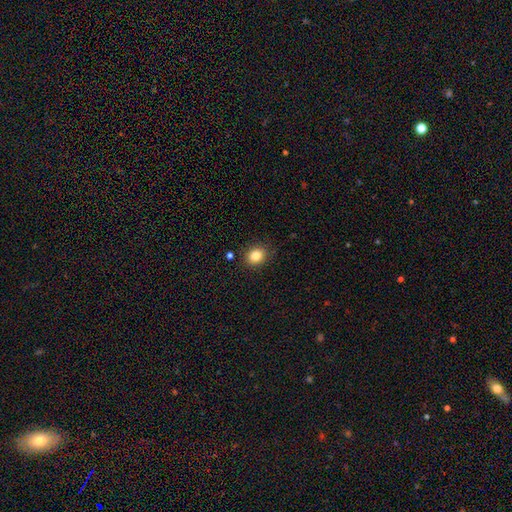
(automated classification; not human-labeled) This is clearly a smooth galaxy (83%). How rounded: likely round (64%). Merging: clearly none (88%).